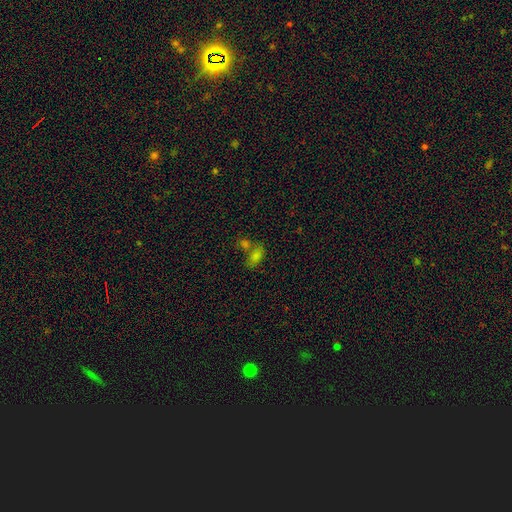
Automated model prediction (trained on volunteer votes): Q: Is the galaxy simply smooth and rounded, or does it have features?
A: smooth — 65%.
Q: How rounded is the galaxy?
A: in between — 81%.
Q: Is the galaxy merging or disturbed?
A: none — 47%.